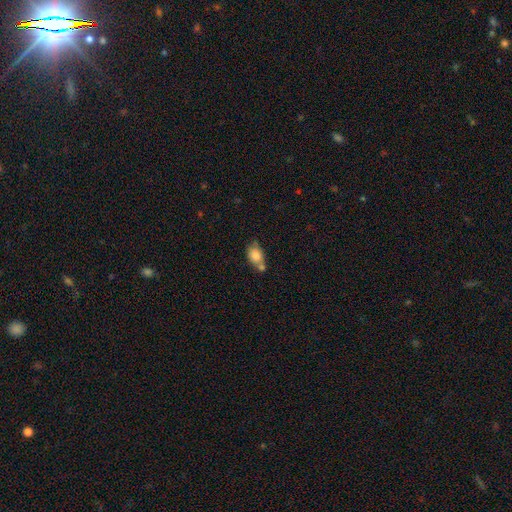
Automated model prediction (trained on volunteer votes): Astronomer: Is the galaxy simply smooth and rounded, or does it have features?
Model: smooth — 80%.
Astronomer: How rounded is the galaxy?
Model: in between — 76%.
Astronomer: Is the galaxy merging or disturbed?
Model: merger — 41% (runner-up: none, 37%).